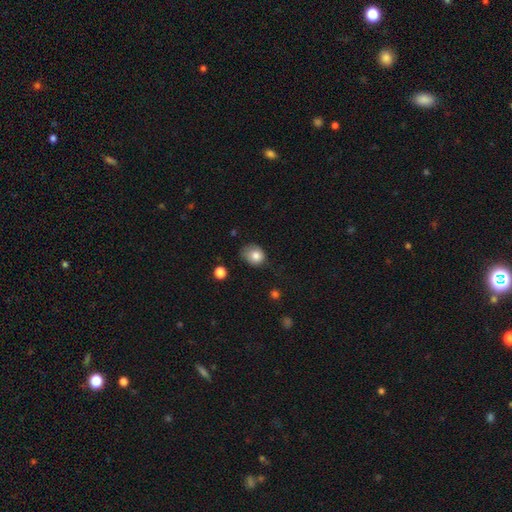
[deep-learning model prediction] This appears to be a smooth galaxy with no disk features (80%) that is round (57%). Merging: none (49%).